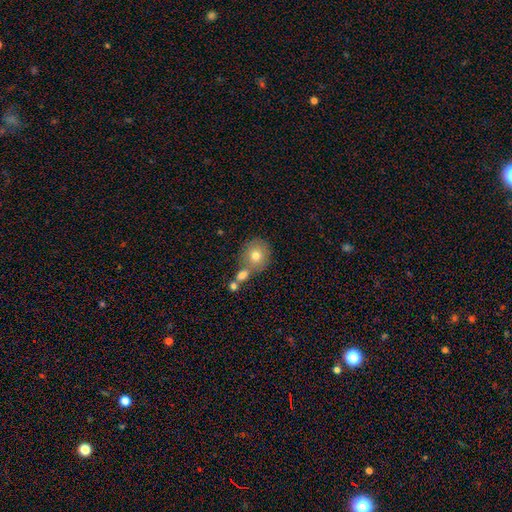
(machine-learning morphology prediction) Smooth or featured: smooth — 75% (featured or disk — 16%)
How rounded: round — 86% (in between — 13%)
Merging: none — 55% (merger — 29%)